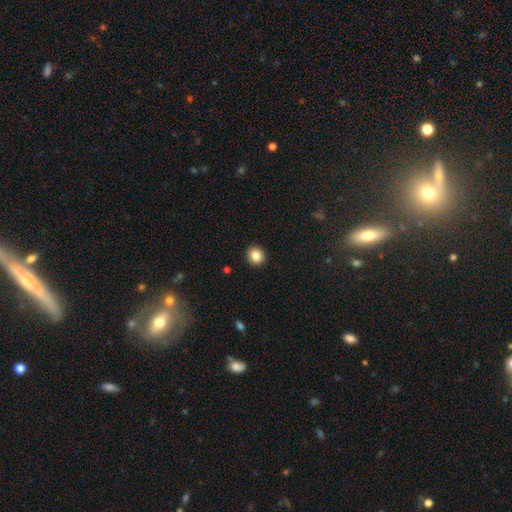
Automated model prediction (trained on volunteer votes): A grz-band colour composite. It shows a smooth galaxy with no disk features (85%) that is round (83%). Merging: none (92%).